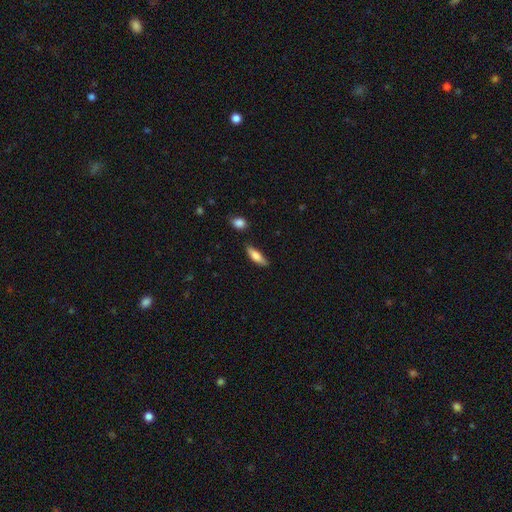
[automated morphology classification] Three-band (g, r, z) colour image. It shows a smooth galaxy with no disk features (75%) that is in between round and cigar-shaped (53%). Merging: none (77%).